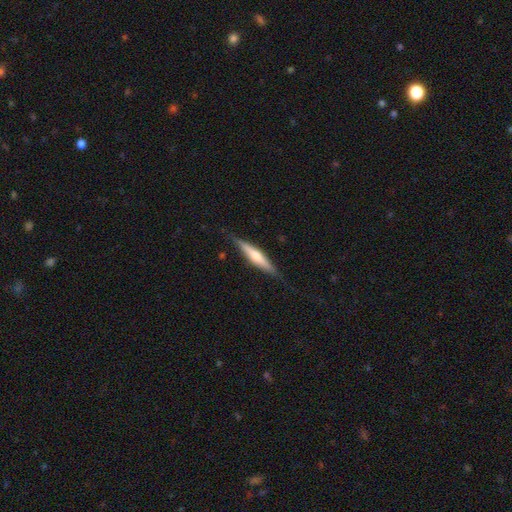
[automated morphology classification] A featured or disk galaxy (59%) viewed edge-on (96%) with a rounded central bulge (81%). Merging: none (84%).